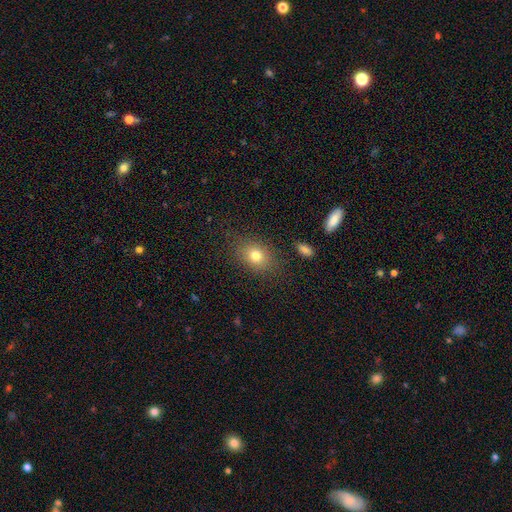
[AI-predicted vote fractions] Overall: smooth (77%). How rounded: in between (60%; round 39%). Merging: none (81%).